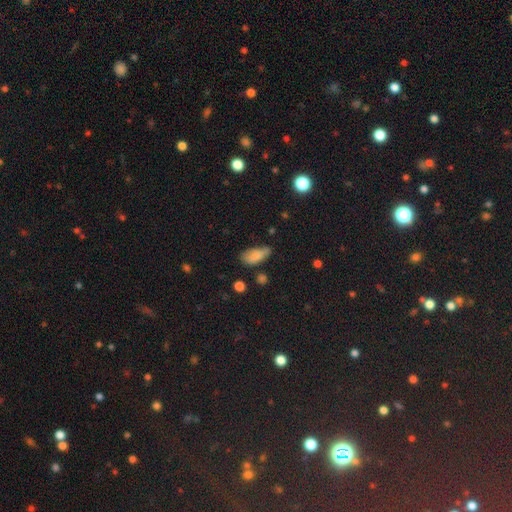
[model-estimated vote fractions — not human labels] Smooth or featured: smooth — 83% (star or artifact — 9%)
How rounded: in between — 86% (cigar-shaped — 11%)
Merging: none — 50% (minor disturbance — 36%)